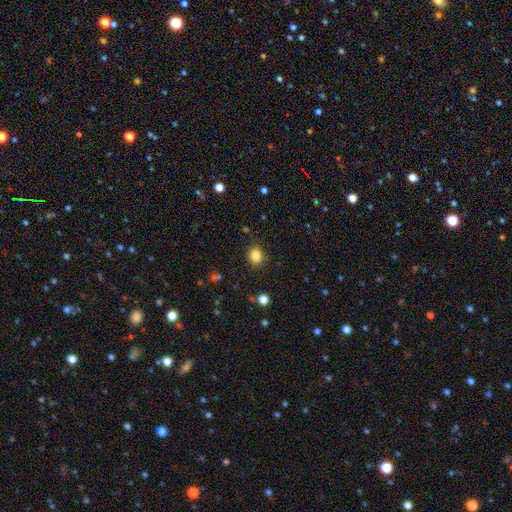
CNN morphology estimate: smooth_or_featured: smooth (p=0.84) [alt: star or artifact p=0.11]
how_rounded: round (p=0.54) [alt: in between p=0.45]
merging: none (p=0.86) [alt: minor disturbance p=0.10]